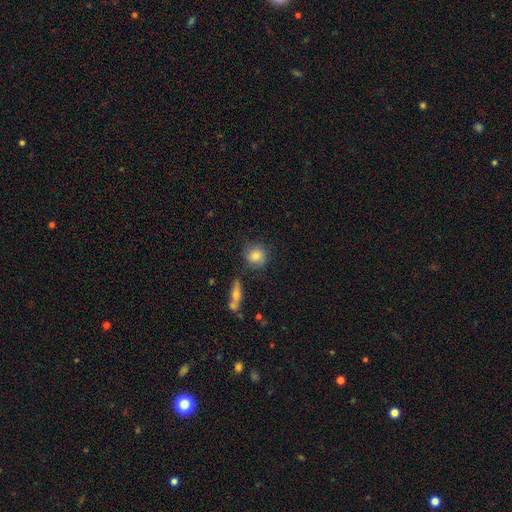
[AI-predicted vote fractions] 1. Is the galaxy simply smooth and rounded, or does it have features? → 79% smooth, 12% featured or disk, 9% star or artifact.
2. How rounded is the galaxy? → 85% round, 13% in between, 2% cigar-shaped.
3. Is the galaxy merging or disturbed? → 74% none, 15% minor disturbance, 7% merger, 4% major disturbance.